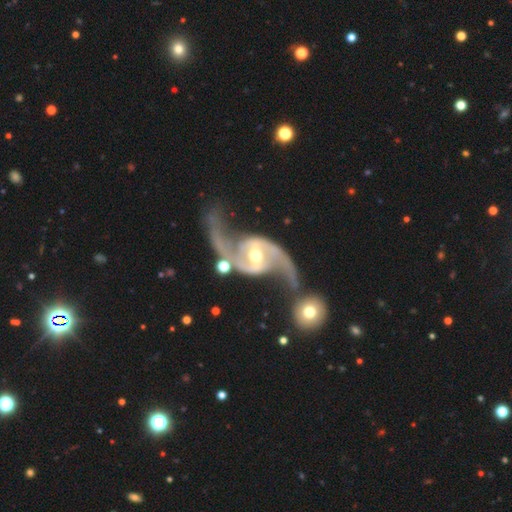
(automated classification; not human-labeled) Overall: featured or disk (94%). Edge-on disk: no (97%). Bar: strong (46%; weak 37%). Spiral arms: yes (98%). Spiral arm count: 2 (95%). Spiral winding: loose (65%; medium 28%). Bulge size: moderate (60%; small 34%). Merging: none (56%; minor disturbance 17%).